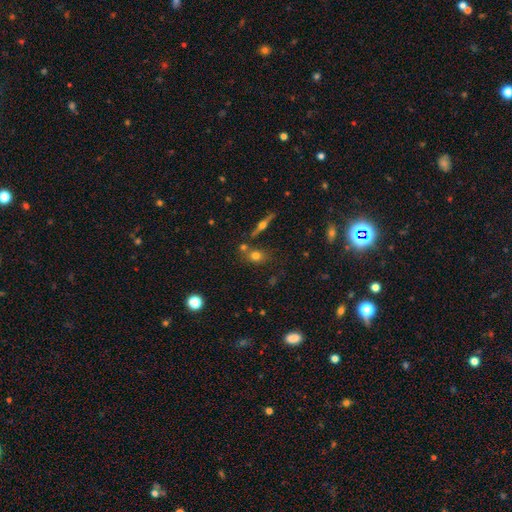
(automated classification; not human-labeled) smooth-or-featured: smooth: 65% | featured or disk: 22% | star or artifact: 14%
  how-rounded: round: 51% | in between: 44% | cigar-shaped: 5%
  merging: none: 65% | merger: 18% | minor disturbance: 12% | major disturbance: 4%